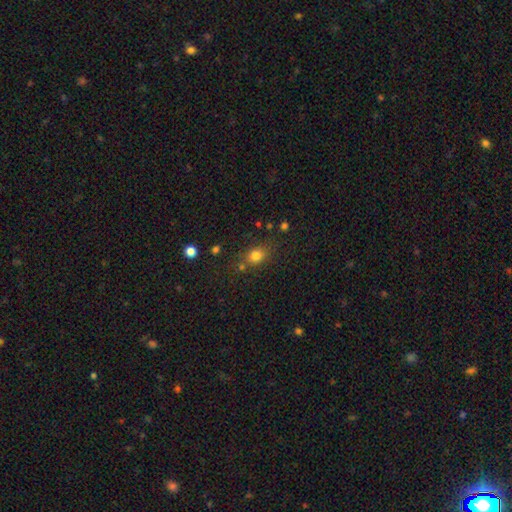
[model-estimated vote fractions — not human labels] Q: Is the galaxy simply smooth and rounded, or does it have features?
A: smooth — 78%.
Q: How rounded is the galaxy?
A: in between — 50%.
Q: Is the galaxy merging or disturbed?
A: none — 70%.